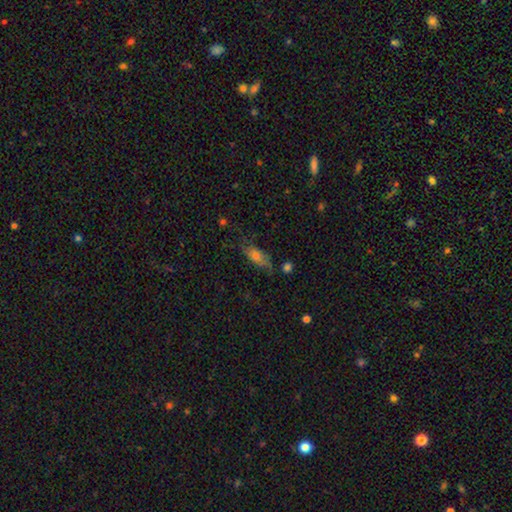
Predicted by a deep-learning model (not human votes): Smooth or featured? smooth (67%)
How rounded? in between (73%)
Merging? none (58%)